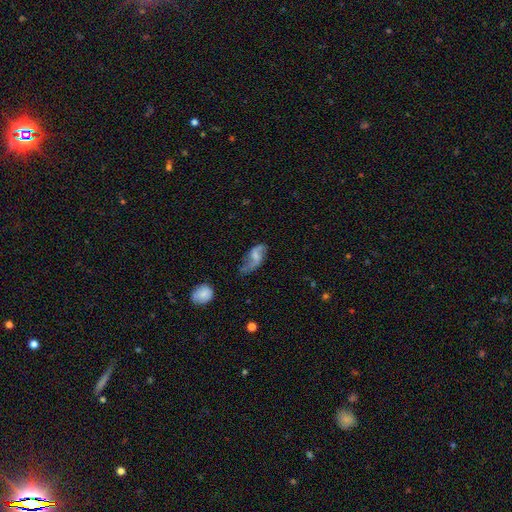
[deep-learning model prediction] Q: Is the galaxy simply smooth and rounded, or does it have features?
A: featured or disk — 69%.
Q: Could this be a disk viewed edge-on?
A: no — 95%.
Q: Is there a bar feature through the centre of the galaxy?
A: weak — 49%.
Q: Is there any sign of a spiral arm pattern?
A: yes — 89%.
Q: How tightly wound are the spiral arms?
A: loose — 79%.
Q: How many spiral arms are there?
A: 2 — 88%.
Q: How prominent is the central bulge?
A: small — 41%.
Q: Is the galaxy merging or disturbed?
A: none — 54%.